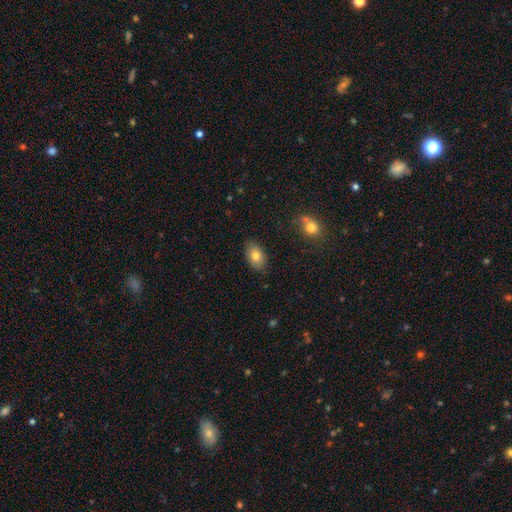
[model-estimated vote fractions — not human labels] A smooth galaxy with no disk features (79%) that is in between round and cigar-shaped (88%). Merging: none (84%).